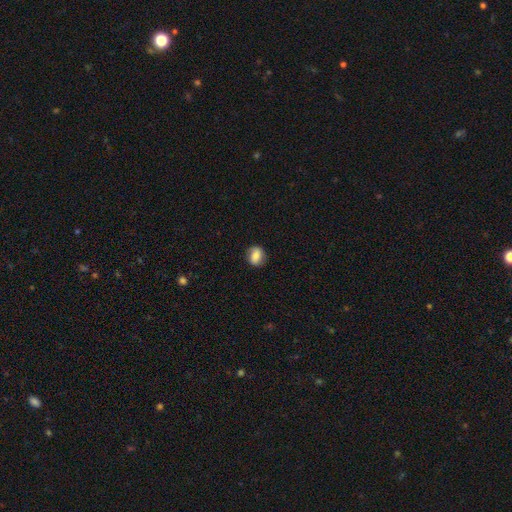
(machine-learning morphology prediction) Smooth or featured: smooth — 79% (featured or disk — 13%)
How rounded: in between — 52% (round — 46%)
Merging: none — 83% (minor disturbance — 13%)